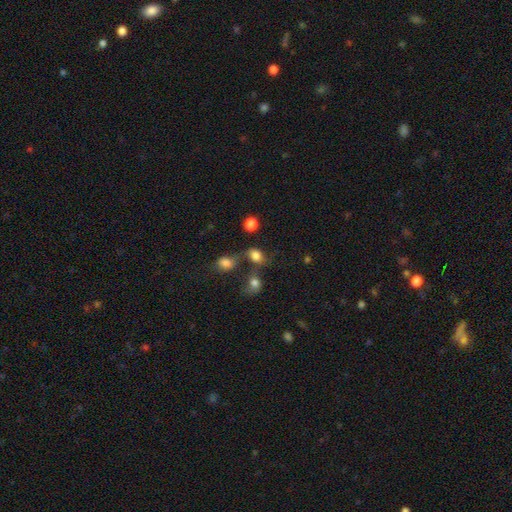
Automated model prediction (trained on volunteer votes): A smooth galaxy with no disk features (79%) that is in between round and cigar-shaped (57%).

Vote fractions:
- Smooth or featured? smooth: 79% / star or artifact: 13% / featured or disk: 9%
- How rounded? in between: 57% / round: 42% / cigar-shaped: 2%
- Merging? none: 45% / merger: 28% / minor disturbance: 17% / major disturbance: 11%